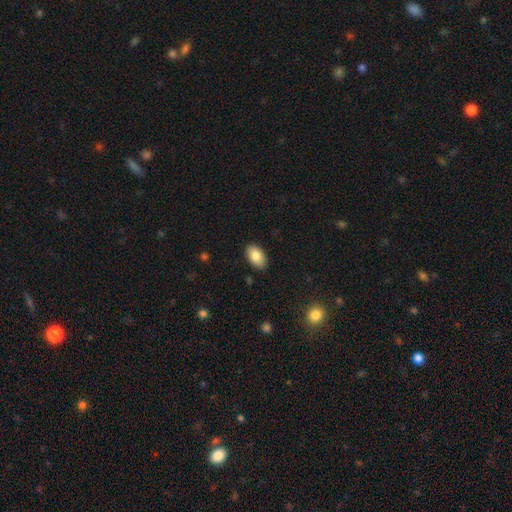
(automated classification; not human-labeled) Q: Smooth or featured?
A: smooth (86%); runner-up: featured or disk (7%)
Q: How rounded?
A: in between (94%); runner-up: round (5%)
Q: Merging?
A: none (88%); runner-up: minor disturbance (9%)